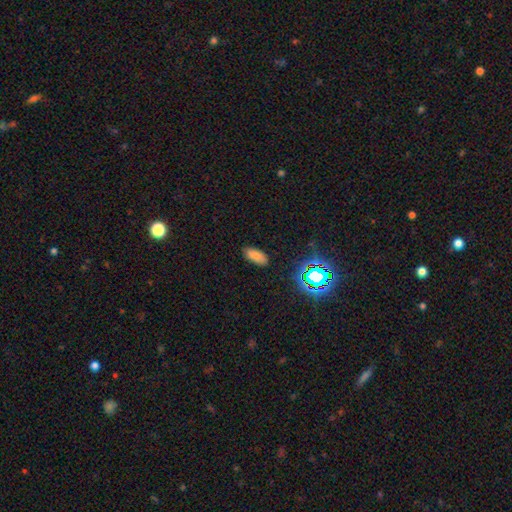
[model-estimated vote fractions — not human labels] smooth_or_featured: smooth (p=0.75) [alt: star or artifact p=0.17]
how_rounded: in between (p=0.89) [alt: cigar-shaped p=0.08]
merging: none (p=0.85) [alt: minor disturbance p=0.11]